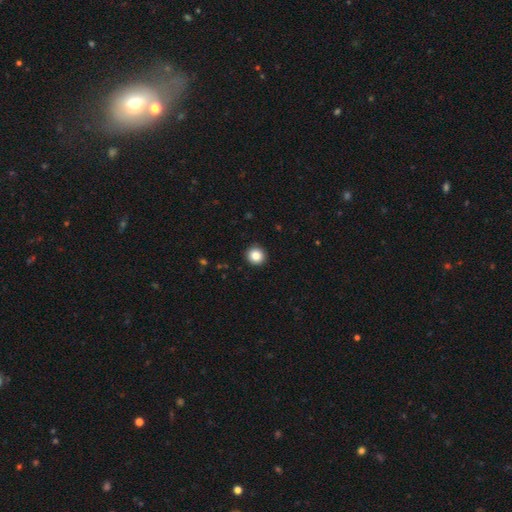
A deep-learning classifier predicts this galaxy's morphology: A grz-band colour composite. It shows a smooth galaxy with no disk features (85%) that is round (95%). Merging: none (93%).